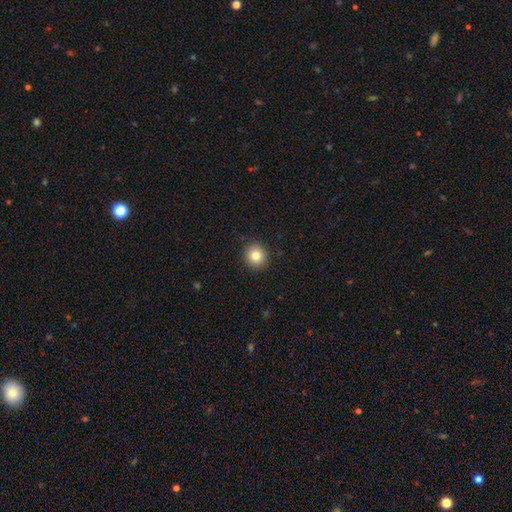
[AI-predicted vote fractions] A smooth galaxy with no disk features (82%) that is round (87%).

Vote fractions:
- Smooth or featured? smooth: 82% / star or artifact: 10% / featured or disk: 7%
- How rounded? round: 87% / in between: 12% / cigar-shaped: 1%
- Merging? none: 90% / minor disturbance: 7% / major disturbance: 2% / merger: 1%